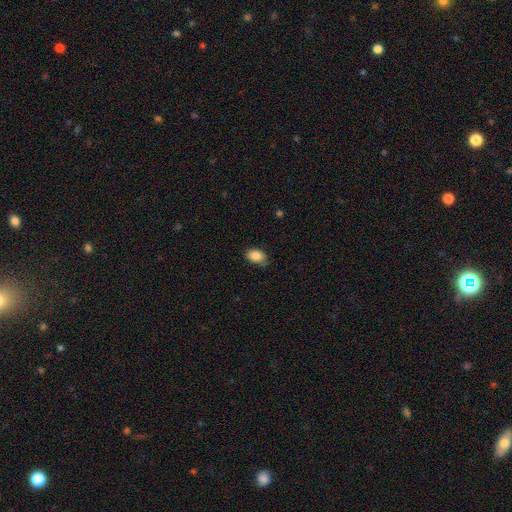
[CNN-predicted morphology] smooth-or-featured: smooth: 86% | star or artifact: 8% | featured or disk: 6%
  how-rounded: in between: 83% | round: 16% | cigar-shaped: 1%
  merging: none: 71% | minor disturbance: 24% | major disturbance: 4% | merger: 1%